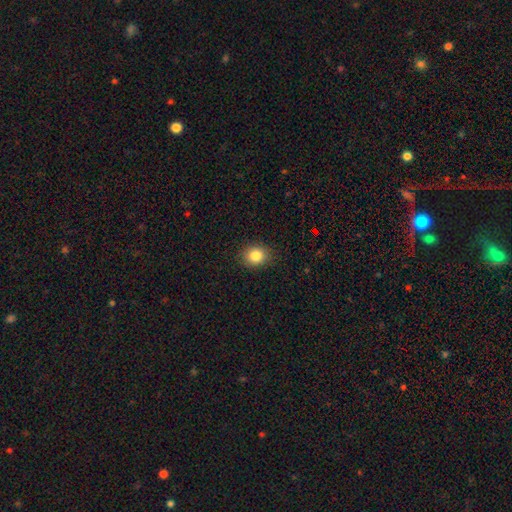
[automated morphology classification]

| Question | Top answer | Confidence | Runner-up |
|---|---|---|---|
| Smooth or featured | smooth | 84% | star or artifact (10%) |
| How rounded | round | 68% | in between (31%) |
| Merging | none | 89% | minor disturbance (8%) |